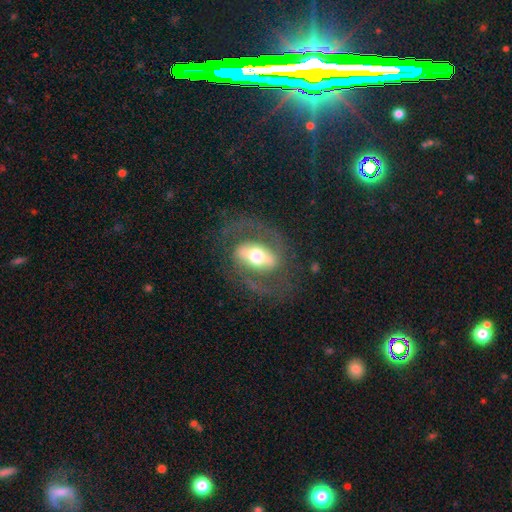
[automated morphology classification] smooth_or_featured: featured or disk (p=0.77) [alt: smooth p=0.17]
disk_edge_on: no (p=0.91) [alt: yes p=0.09]
bar: strong (p=0.55) [alt: weak p=0.25]
has_spiral_arms: yes (p=0.72) [alt: no p=0.28]
spiral_winding: medium (p=0.51) [alt: loose p=0.27]
spiral_arm_count: 2 (p=0.88) [alt: can't tell p=0.06]
bulge_size: moderate (p=0.58) [alt: large p=0.29]
merging: none (p=0.73) [alt: major disturbance p=0.13]